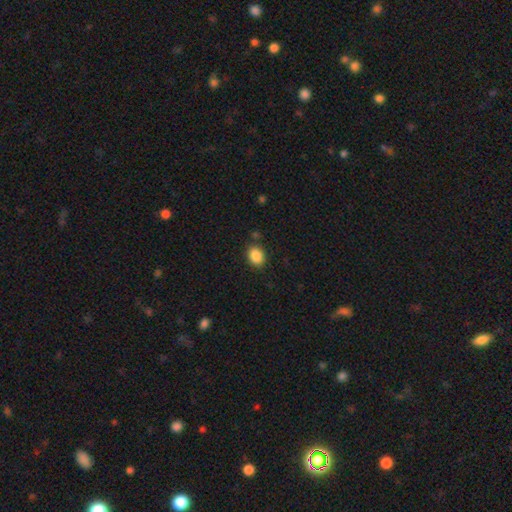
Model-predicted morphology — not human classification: smooth_or_featured: smooth (p=0.87) [alt: star or artifact p=0.09]
how_rounded: in between (p=0.59) [alt: round p=0.40]
merging: none (p=0.83) [alt: minor disturbance p=0.11]